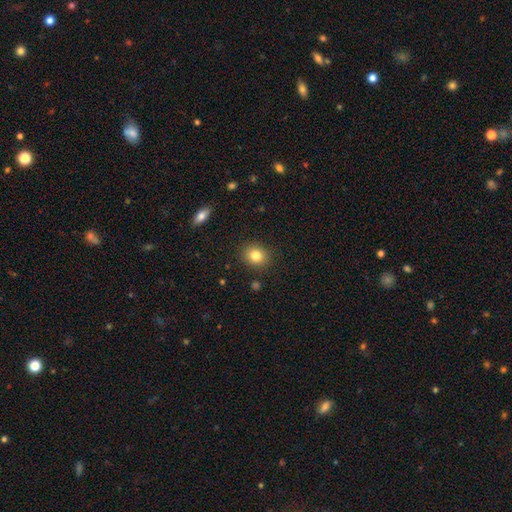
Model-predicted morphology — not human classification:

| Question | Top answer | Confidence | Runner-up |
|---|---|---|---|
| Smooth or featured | smooth | 82% | star or artifact (11%) |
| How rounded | round | 70% | in between (29%) |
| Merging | none | 89% | minor disturbance (8%) |